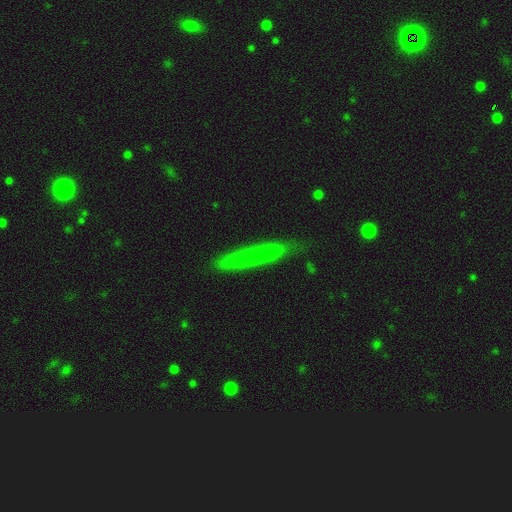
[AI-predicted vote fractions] Smooth or featured?
  - smooth: 67% *
  - featured or disk: 26%
  - star or artifact: 7%
How rounded?
  - cigar-shaped: 95% *
  - in between: 3%
  - round: 1%
Merging?
  - none: 79% *
  - minor disturbance: 16%
  - major disturbance: 3%
  - merger: 2%